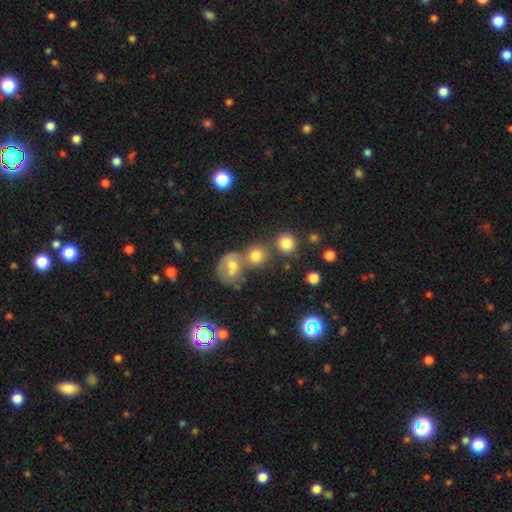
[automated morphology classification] smooth-or-featured: smooth: 74% | star or artifact: 14% | featured or disk: 12%
  how-rounded: round: 82% | in between: 16% | cigar-shaped: 1%
  merging: none: 48% | merger: 37% | minor disturbance: 9% | major disturbance: 5%